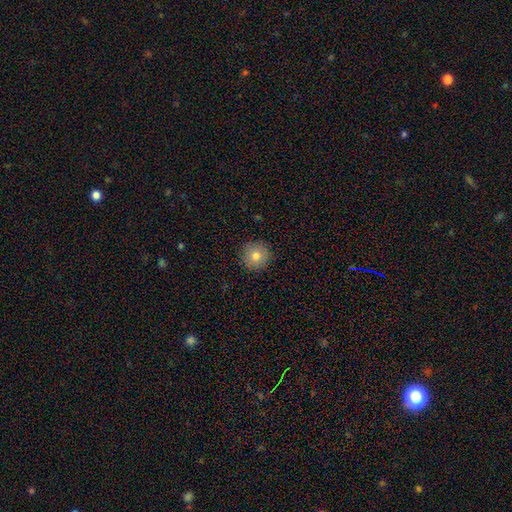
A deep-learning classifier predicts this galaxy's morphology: Smooth or featured?
  - smooth: 80% *
  - featured or disk: 10%
  - star or artifact: 10%
How rounded?
  - round: 95% *
  - in between: 4%
  - cigar-shaped: 1%
Merging?
  - none: 91% *
  - minor disturbance: 6%
  - major disturbance: 2%
  - merger: 1%